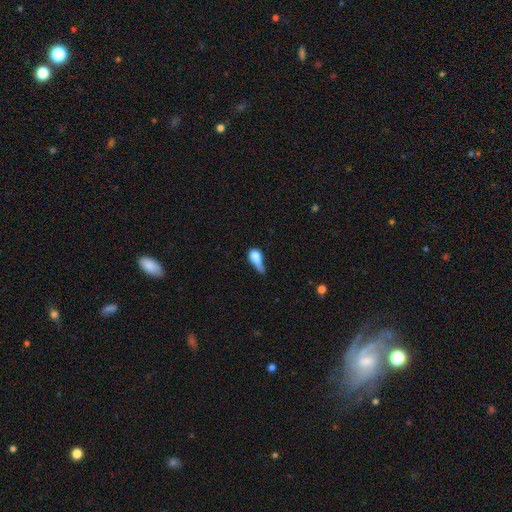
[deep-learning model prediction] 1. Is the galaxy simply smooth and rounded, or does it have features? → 68% smooth, 23% featured or disk, 10% star or artifact.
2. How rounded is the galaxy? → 59% in between, 25% round, 17% cigar-shaped.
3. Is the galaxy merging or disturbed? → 39% major disturbance, 29% minor disturbance, 19% none, 13% merger.